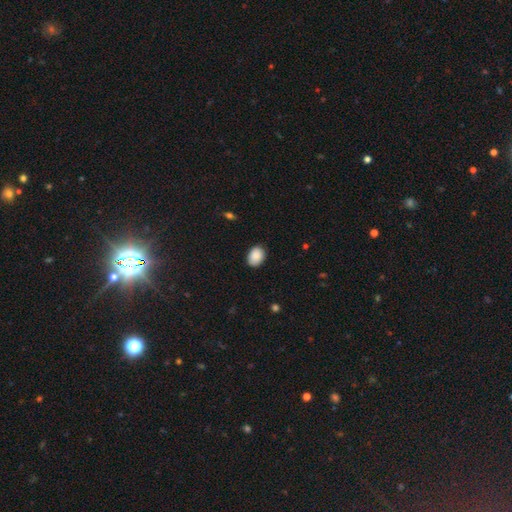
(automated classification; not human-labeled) Smooth or featured? Predicted: smooth (p=0.89). How rounded? Predicted: in between (p=0.79). Merging? Predicted: none (p=0.86).